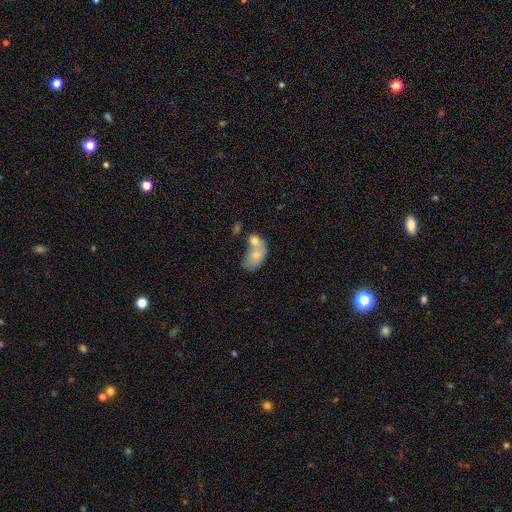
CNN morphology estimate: The model was most divided on "smooth or featured": smooth: 68%, featured or disk: 25%, star or artifact: 7%. More confident: how rounded — in between (83%); merging — merger (69%).